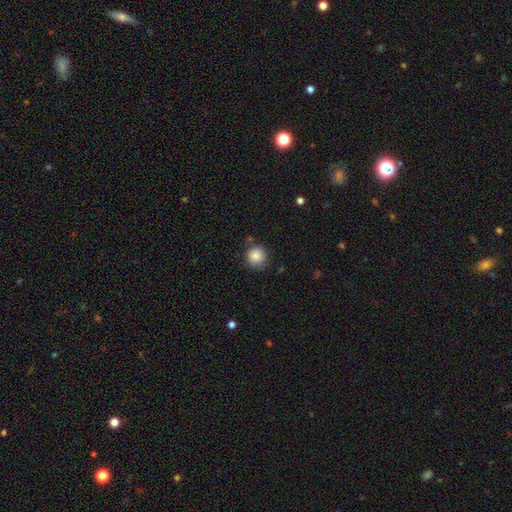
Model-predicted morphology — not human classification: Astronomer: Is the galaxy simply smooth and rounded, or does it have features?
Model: smooth — 87%.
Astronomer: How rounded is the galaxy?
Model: round — 92%.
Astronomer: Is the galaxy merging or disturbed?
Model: none — 76%.